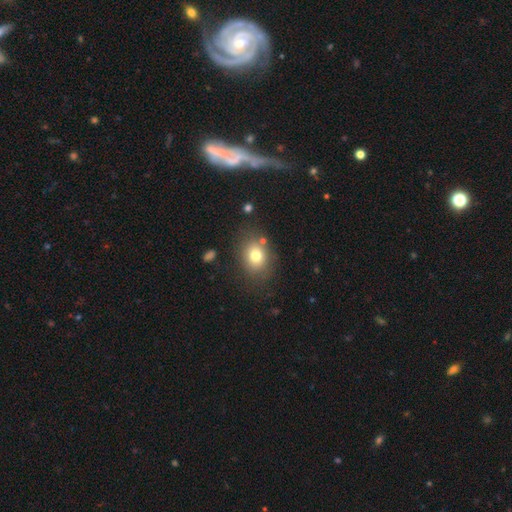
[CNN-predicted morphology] This is likely a smooth galaxy (76%). How rounded: possibly in between (51%). Merging: likely none (77%).